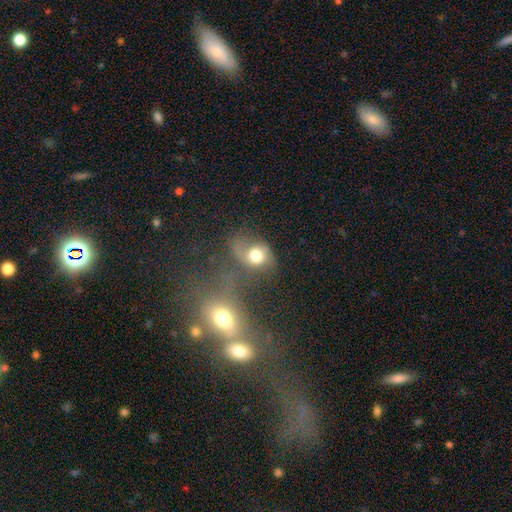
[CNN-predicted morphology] A smooth galaxy with no disk features (55%) that is round (51%).

Vote fractions:
- Smooth or featured? smooth: 55% / featured or disk: 32% / star or artifact: 13%
- How rounded? round: 51% / in between: 47% / cigar-shaped: 2%
- Merging? merger: 29% / none: 28% / major disturbance: 26% / minor disturbance: 17%